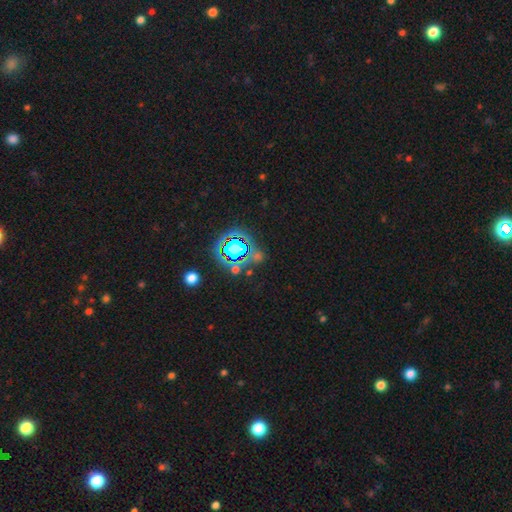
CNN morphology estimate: Q: Smooth or featured?
A: star or artifact (73%); runner-up: smooth (17%)